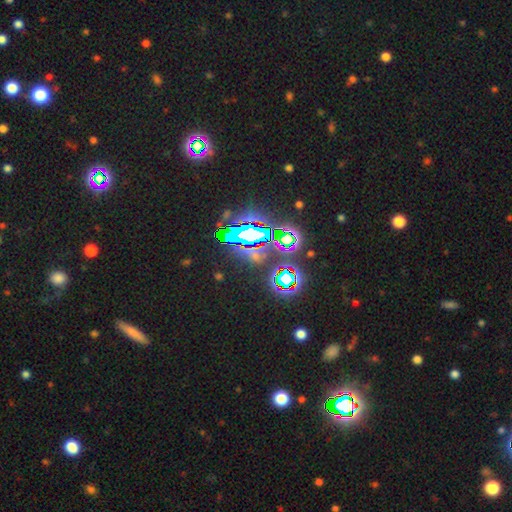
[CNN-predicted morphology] This appears to be a star or artifact, not a galaxy (76%).